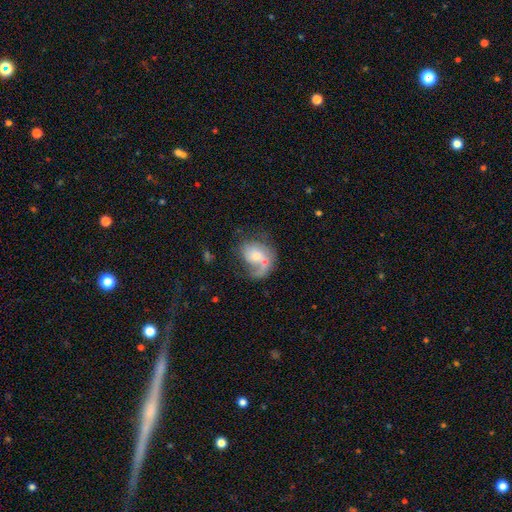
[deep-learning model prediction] This appears to be a featured or disk galaxy (53%) with no bar (74%), spiral arms (71%) and a moderate central bulge (43%). Merging: merger (29%, tied with none).